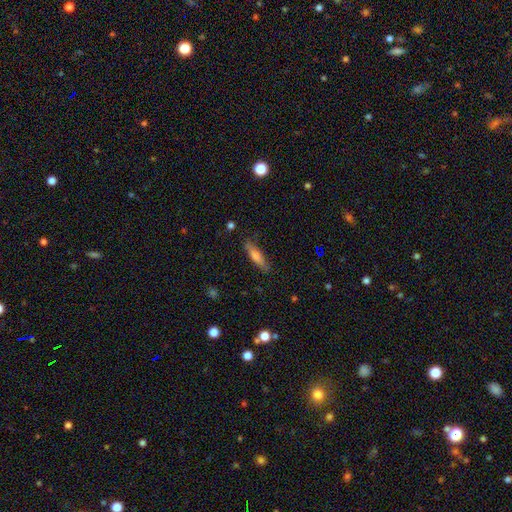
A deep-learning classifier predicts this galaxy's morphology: This is likely a smooth galaxy (70%). How rounded: likely cigar-shaped (70%). Merging: clearly none (80%).